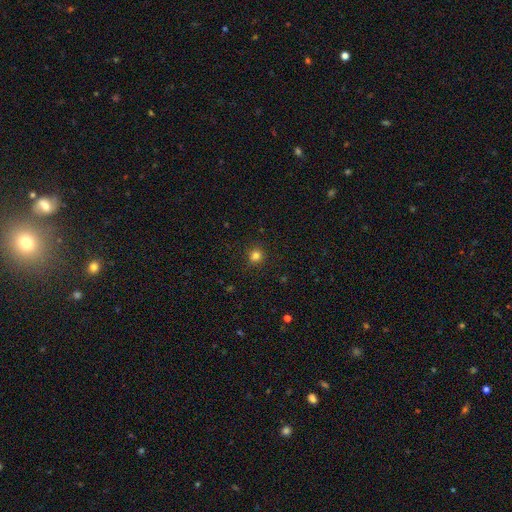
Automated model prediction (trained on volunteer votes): smooth 81%, star or artifact 14%, featured or disk 5%. Down the decision tree: how rounded — round (93%); merging — none (89%).